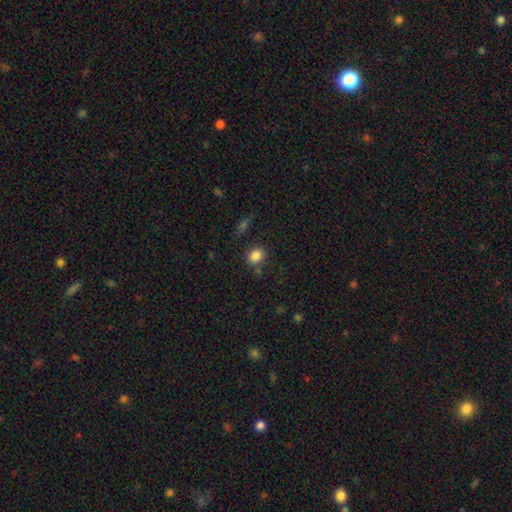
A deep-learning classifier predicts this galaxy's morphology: Smooth or featured? Predicted: smooth (p=0.84). How rounded? Predicted: in between (p=0.58). Merging? Predicted: none (p=0.76).